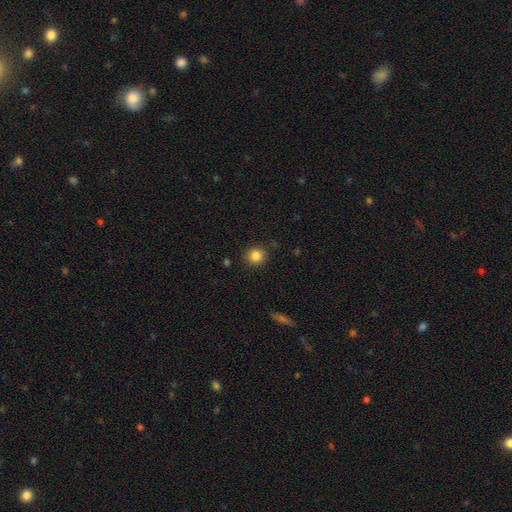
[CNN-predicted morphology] smooth_or_featured: smooth (p=0.85) [alt: star or artifact p=0.10]
how_rounded: round (p=0.90) [alt: in between p=0.09]
merging: none (p=0.88) [alt: minor disturbance p=0.08]